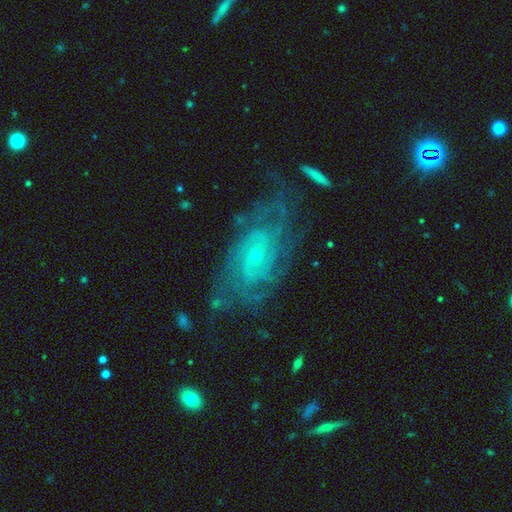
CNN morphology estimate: type=featured or disk (84%); edge-on=no (95%); bar=no (66%); spiral arms=yes (95%); winding=tight (65%); arm count=can't tell (37%); bulge=small (82%); merging=none (66%).